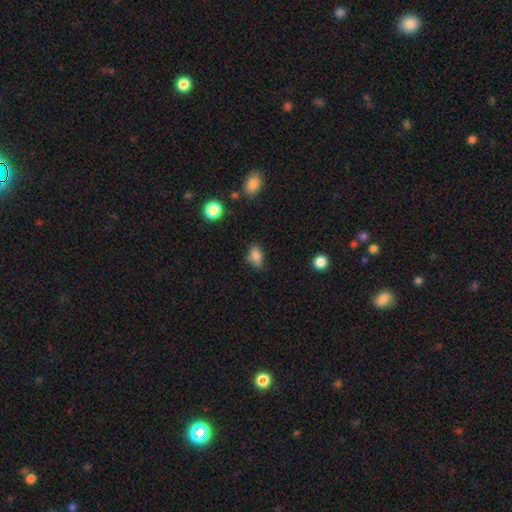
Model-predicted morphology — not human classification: Smooth or featured? smooth (82%)
How rounded? in between (83%)
Merging? none (72%)